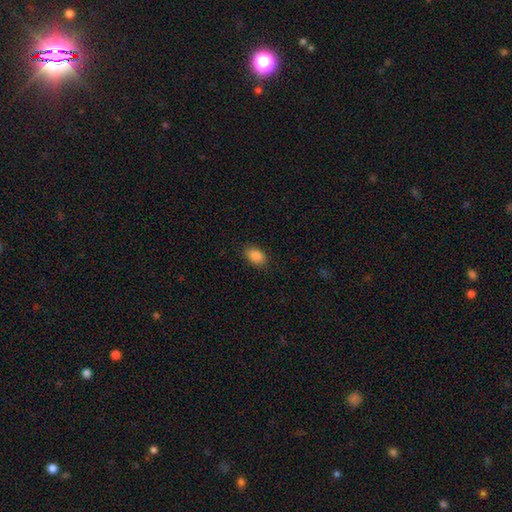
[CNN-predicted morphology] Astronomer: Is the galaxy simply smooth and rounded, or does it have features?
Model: smooth — 88%.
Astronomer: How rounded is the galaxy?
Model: in between — 87%.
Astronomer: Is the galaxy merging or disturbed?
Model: none — 87%.